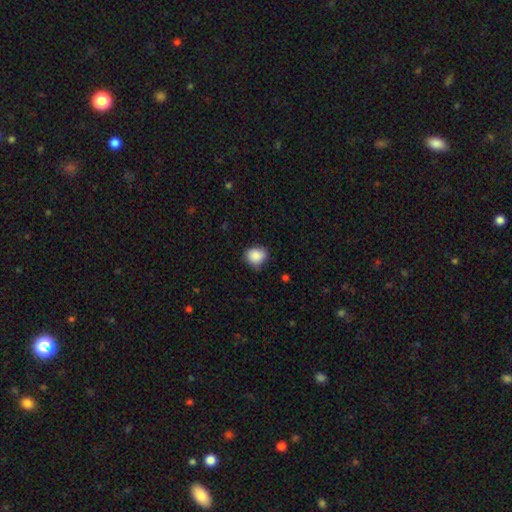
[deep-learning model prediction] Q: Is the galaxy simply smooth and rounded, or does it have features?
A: smooth — 87%.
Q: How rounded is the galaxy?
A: round — 63%.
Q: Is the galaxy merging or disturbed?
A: none — 71%.